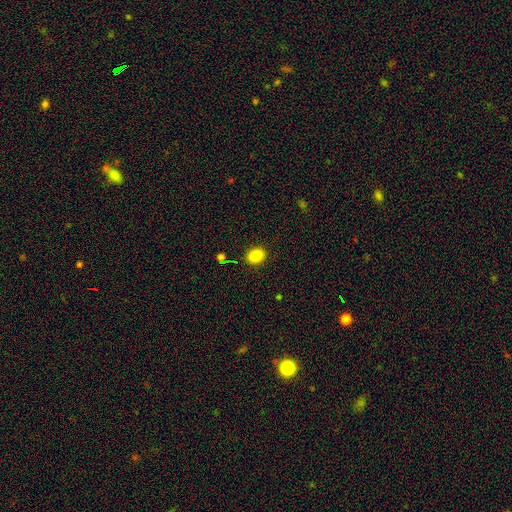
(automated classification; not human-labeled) This appears to be a smooth galaxy with no disk features (85%) that is in between round and cigar-shaped (52%). Merging: none (88%).